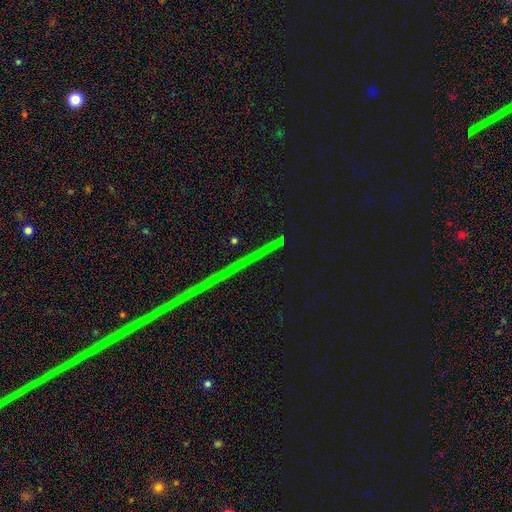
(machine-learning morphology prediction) This is clearly a star or artifact rather than a galaxy (88%).